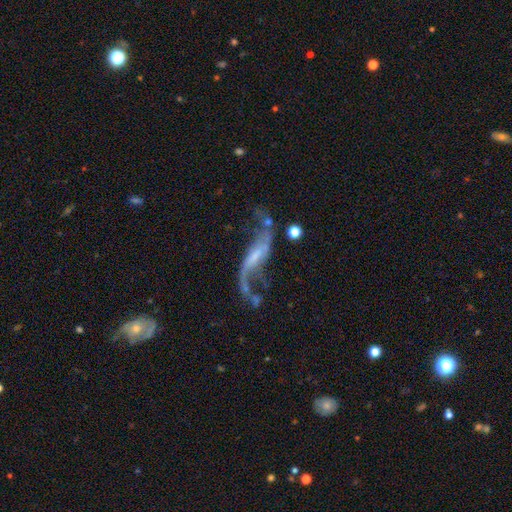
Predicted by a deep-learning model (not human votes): Smooth or featured: featured or disk — 83% (smooth — 9%)
Edge-on disk: no — 87% (yes — 13%)
Bar: weak — 42% (strong — 30%)
Spiral arms: yes — 90% (no — 10%)
Spiral winding: loose — 91% (medium — 7%)
Spiral arm count: 2 — 86% (1 — 8%)
Bulge size: small — 46% (none — 30%)
Merging: none — 45% (major disturbance — 23%)